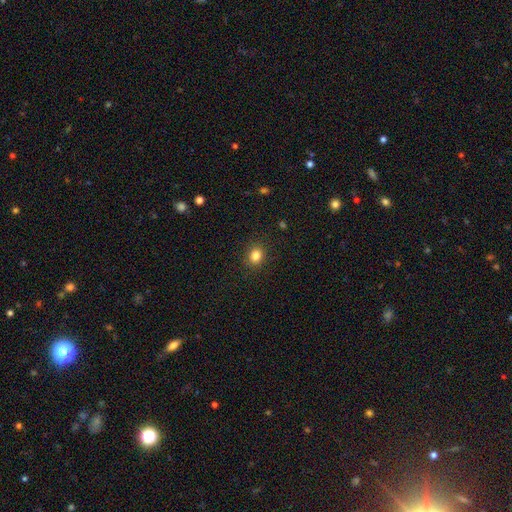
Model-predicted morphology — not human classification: Smooth or featured: smooth — 84% (star or artifact — 11%)
How rounded: round — 66% (in between — 33%)
Merging: none — 90% (minor disturbance — 7%)